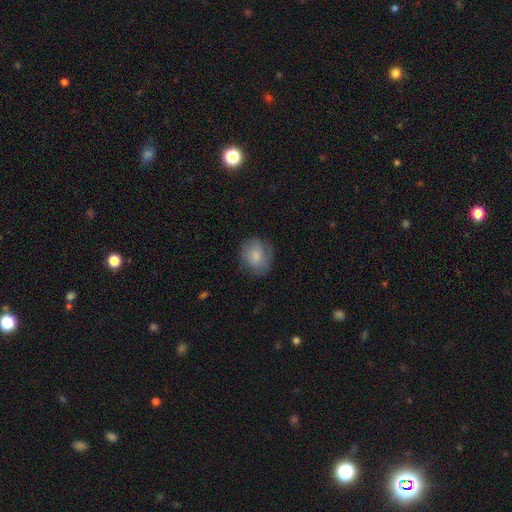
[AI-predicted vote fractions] Q: Smooth or featured?
A: smooth (75%); runner-up: featured or disk (18%)
Q: How rounded?
A: round (63%); runner-up: in between (36%)
Q: Merging?
A: none (71%); runner-up: minor disturbance (21%)